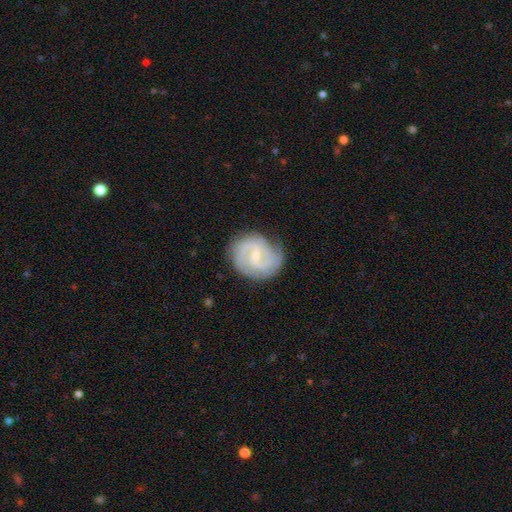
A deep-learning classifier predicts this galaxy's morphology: Smooth or featured: featured or disk — 84% (smooth — 11%)
Edge-on disk: no — 98% (yes — 2%)
Bar: weak — 61% (no — 23%)
Spiral arms: yes — 96% (no — 4%)
Spiral winding: tight — 46% (medium — 43%)
Spiral arm count: 2 — 68% (3 — 13%)
Bulge size: small — 65% (moderate — 27%)
Merging: none — 78% (minor disturbance — 16%)